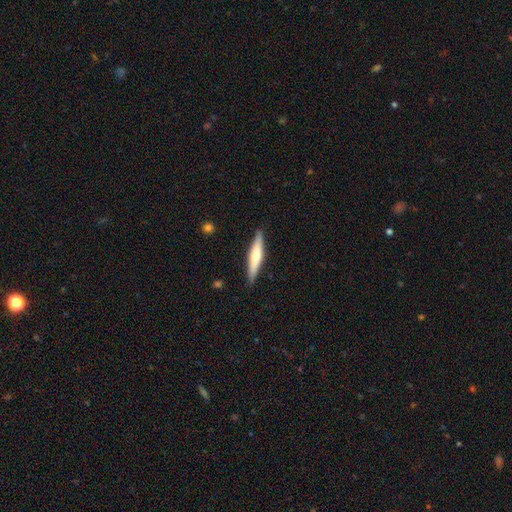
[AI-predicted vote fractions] A featured or disk galaxy (49%).

Vote fractions:
- Smooth or featured? featured or disk: 49% / smooth: 46% / star or artifact: 5%
- Merging? none: 89% / minor disturbance: 8% / major disturbance: 2% / merger: 1%